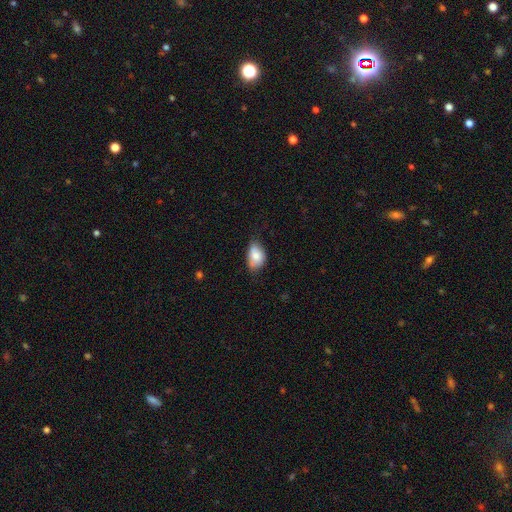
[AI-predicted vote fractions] Morphology: type=smooth (80%); roundness=in between (86%); merging=none (51%).